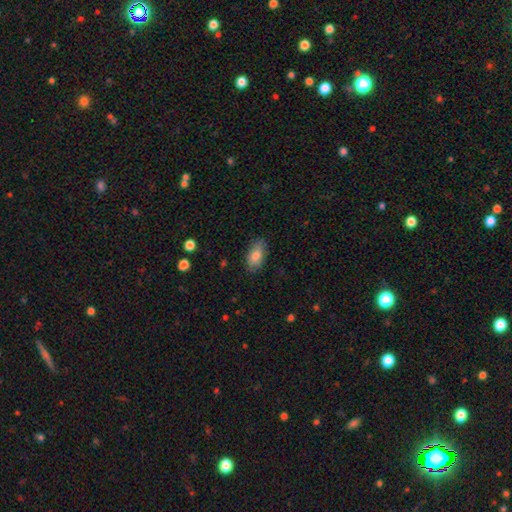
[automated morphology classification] The model was most divided on "merging": none: 80%, minor disturbance: 15%, major disturbance: 3%, merger: 1%. More confident: how rounded — in between (91%); smooth or featured — smooth (82%).